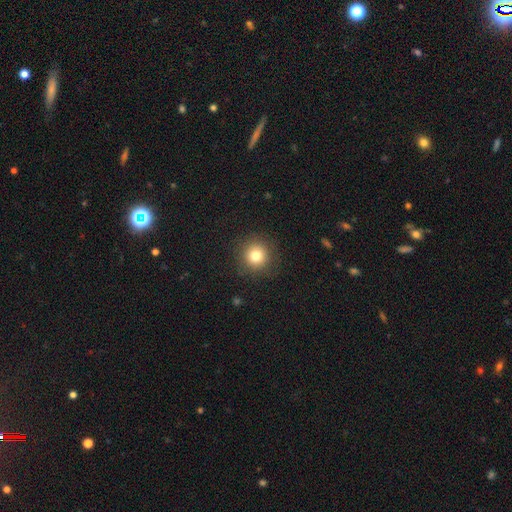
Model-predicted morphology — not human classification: Q: Smooth or featured?
A: smooth (79%); runner-up: star or artifact (13%)
Q: How rounded?
A: round (94%); runner-up: in between (5%)
Q: Merging?
A: none (90%); runner-up: minor disturbance (7%)